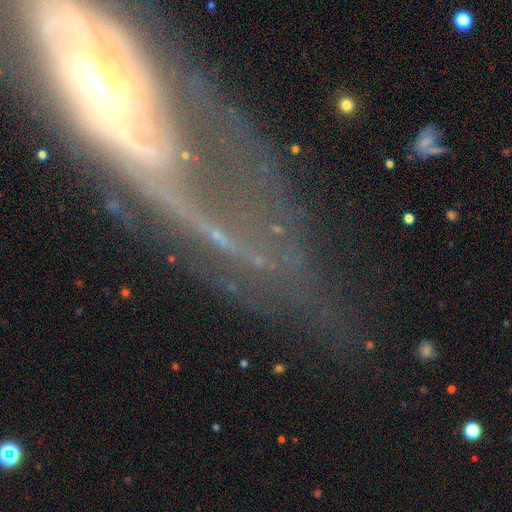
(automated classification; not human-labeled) Smooth or featured? Predicted: featured or disk (p=0.72). Edge-on disk? Predicted: no (p=0.77). Bar? Predicted: no (p=0.47). Spiral arms? Predicted: yes (p=0.67). Bulge size? Predicted: moderate (p=0.44). Merging? Predicted: none (p=0.47).